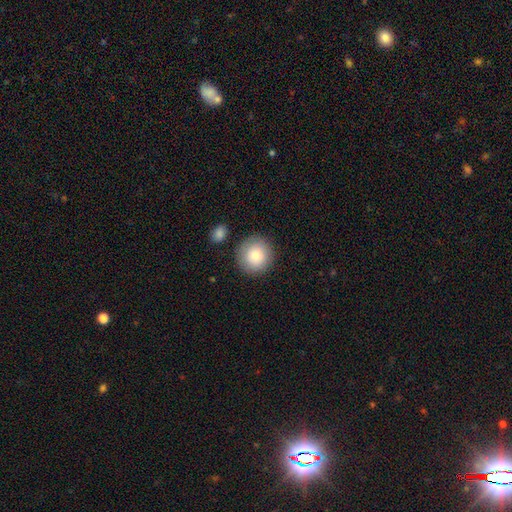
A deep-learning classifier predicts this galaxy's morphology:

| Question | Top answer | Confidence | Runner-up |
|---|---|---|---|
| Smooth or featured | smooth | 83% | featured or disk (10%) |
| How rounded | round | 93% | in between (6%) |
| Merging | none | 85% | minor disturbance (9%) |